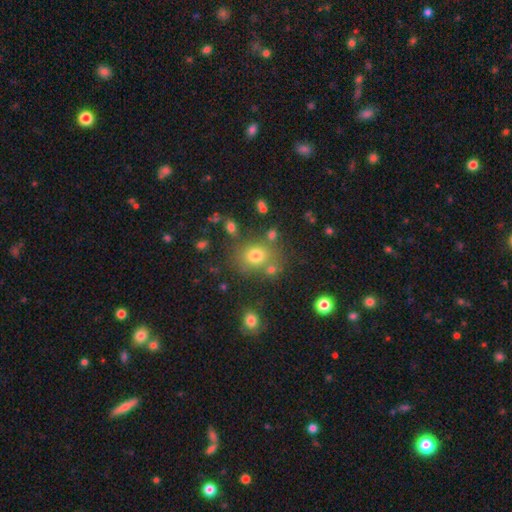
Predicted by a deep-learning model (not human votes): Q: Smooth or featured?
A: smooth (73%); runner-up: star or artifact (17%)
Q: How rounded?
A: round (68%); runner-up: in between (31%)
Q: Merging?
A: none (70%); runner-up: minor disturbance (13%)